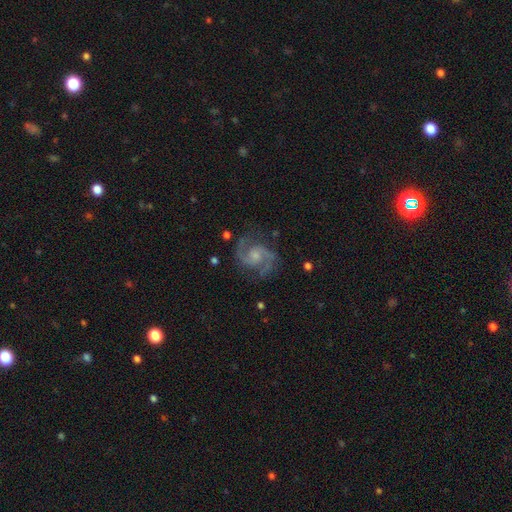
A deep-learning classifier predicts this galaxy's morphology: A featured or disk galaxy (91%) with no bar (59%), 2 (93%) medium (64%) spiral arms (98%) and a small central bulge (44%).

Vote fractions:
- Smooth or featured? featured or disk: 91% / star or artifact: 5% / smooth: 4%
- Edge-on disk? no: 98% / yes: 2%
- Bar? no: 59% / weak: 35% / strong: 6%
- Spiral arms? yes: 98% / no: 2%
- Spiral winding? medium: 64% / tight: 21% / loose: 14%
- Spiral arm count? 2: 93% / 3: 2% / can't tell: 2% / 1: 1% / 4: 1% / more than 4: 1%
- Bulge size? small: 44% / moderate: 39% / none: 12% / large: 4% / dominant: 1%
- Merging? none: 80% / minor disturbance: 14% / major disturbance: 5% / merger: 1%